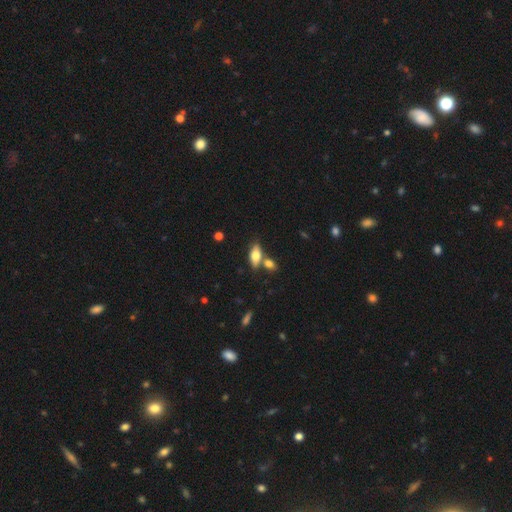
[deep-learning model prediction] Smooth or featured? smooth (66%)
How rounded? in between (79%)
Merging? none (58%)